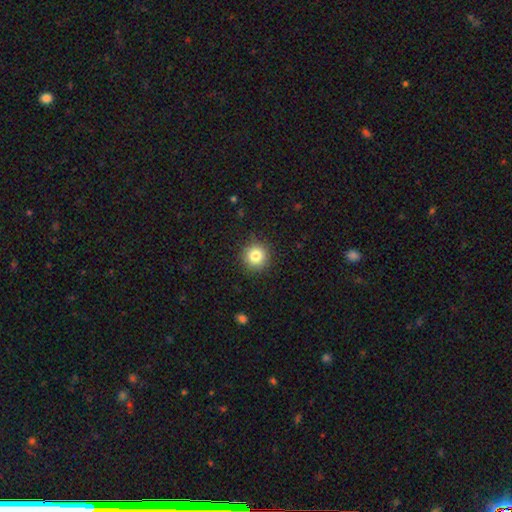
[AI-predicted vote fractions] Q: Smooth or featured?
A: smooth (83%); runner-up: star or artifact (11%)
Q: How rounded?
A: round (95%); runner-up: in between (4%)
Q: Merging?
A: none (90%); runner-up: minor disturbance (7%)